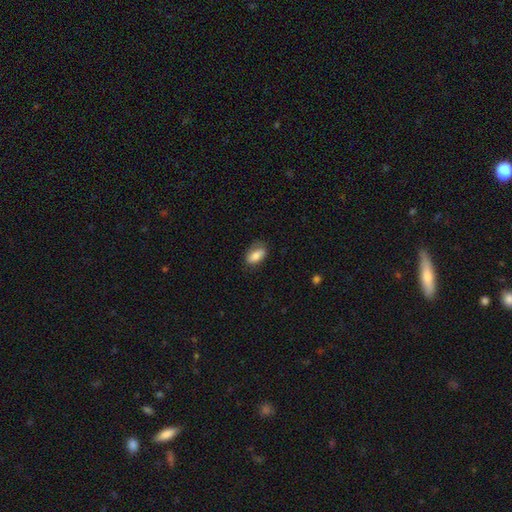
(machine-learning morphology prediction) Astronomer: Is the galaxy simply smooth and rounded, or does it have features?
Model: smooth — 80%.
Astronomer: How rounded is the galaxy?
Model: in between — 90%.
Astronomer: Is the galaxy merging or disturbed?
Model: none — 70%.